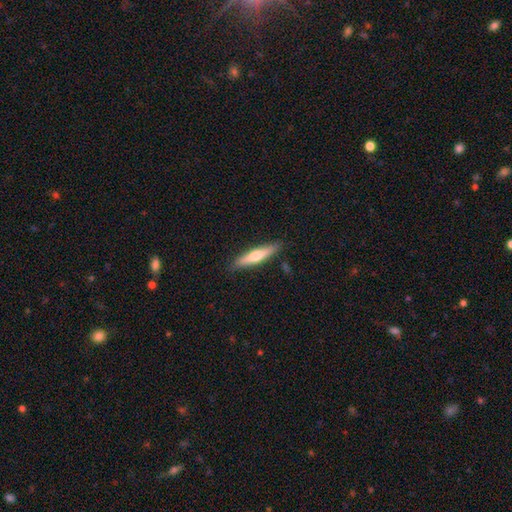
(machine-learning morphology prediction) Q: Smooth or featured?
A: smooth (57%); runner-up: featured or disk (37%)
Q: How rounded?
A: cigar-shaped (84%); runner-up: in between (15%)
Q: Merging?
A: none (87%); runner-up: minor disturbance (9%)